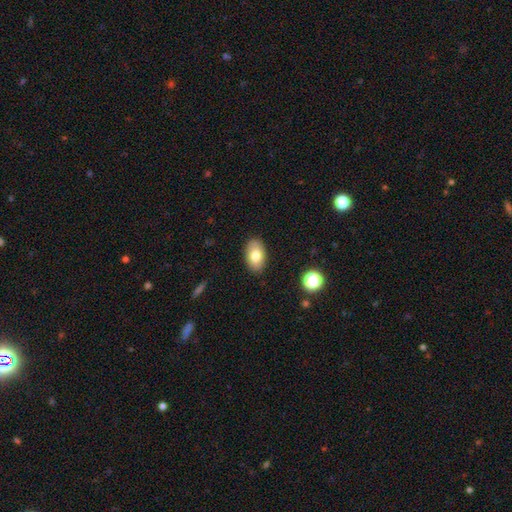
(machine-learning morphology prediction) Smooth or featured? Predicted: smooth (p=0.78). How rounded? Predicted: in between (p=0.91). Merging? Predicted: none (p=0.87).